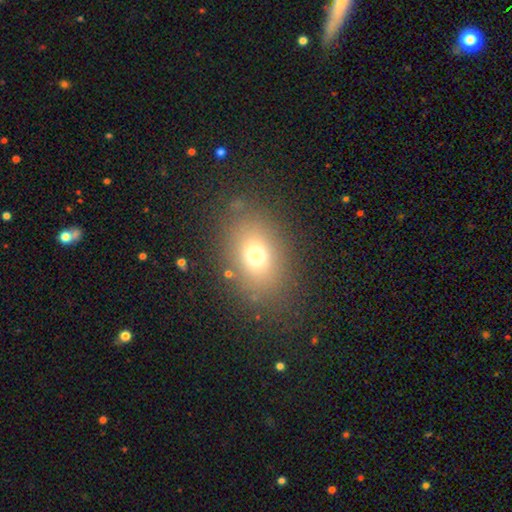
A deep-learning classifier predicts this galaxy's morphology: Smooth or featured? smooth (69%)
How rounded? in between (61%)
Merging? none (80%)